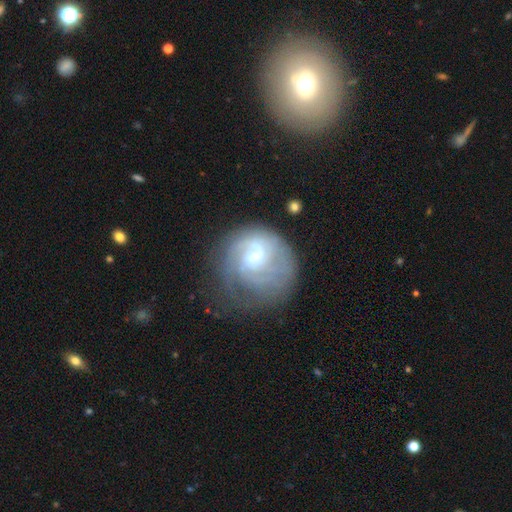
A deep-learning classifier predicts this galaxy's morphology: Smooth or featured? featured or disk (75%)
Edge-on disk? no (98%)
Bar? no (48%)
Spiral arms? yes (89%)
Spiral winding? tight (53%)
Spiral arm count? can't tell (39%)
Bulge size? small (66%)
Merging? none (56%)